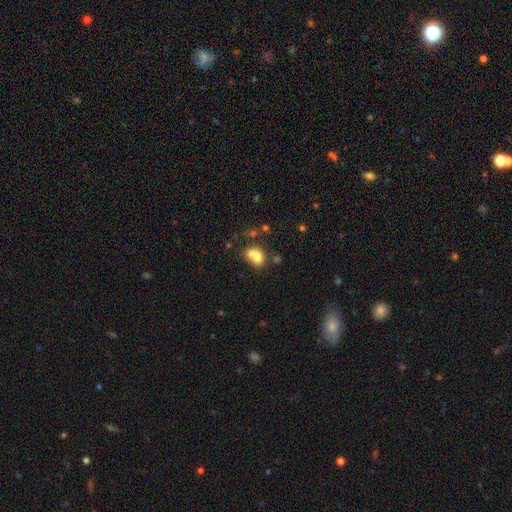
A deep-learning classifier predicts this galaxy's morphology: smooth-or-featured: smooth: 68% | featured or disk: 20% | star or artifact: 11%
  how-rounded: in between: 57% | round: 41% | cigar-shaped: 1%
  merging: merger: 63% | none: 22% | minor disturbance: 9% | major disturbance: 6%